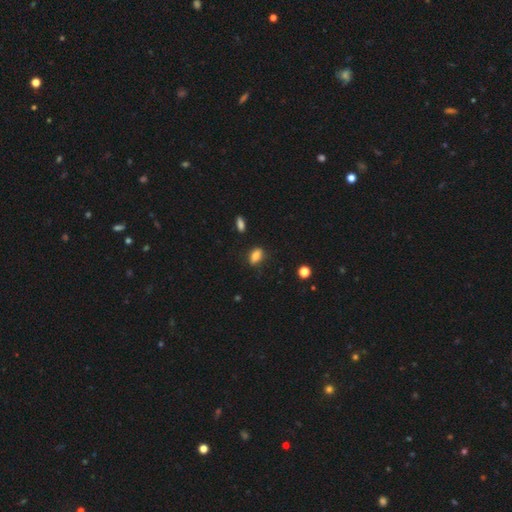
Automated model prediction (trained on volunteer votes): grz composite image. It shows a smooth galaxy with no disk features (82%) that is in between round and cigar-shaped (82%). Merging: none (78%).